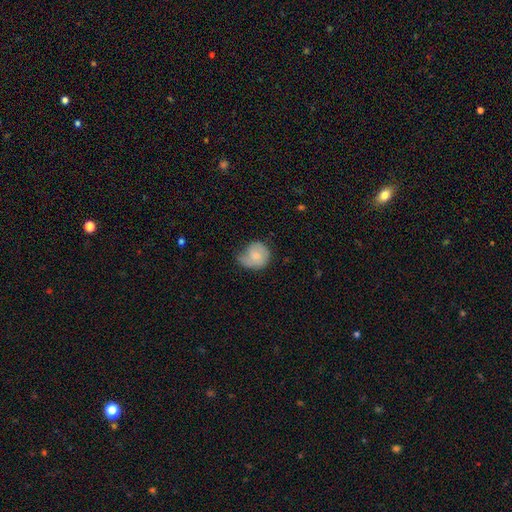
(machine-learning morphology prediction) This appears to be a smooth galaxy with no disk features (60%) that is round (73%). Merging: minor disturbance (41%).